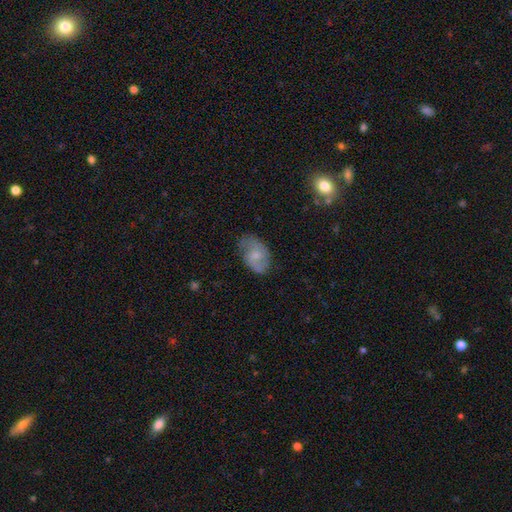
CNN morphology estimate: Overall: smooth (47%; featured or disk 45%). Merging: none (62%; minor disturbance 27%).